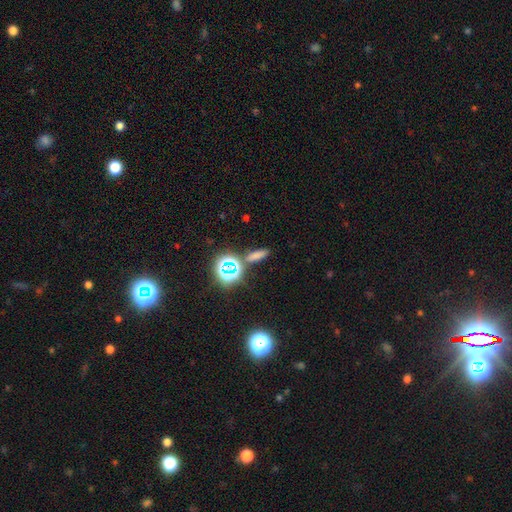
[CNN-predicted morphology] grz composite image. It shows a smooth galaxy with no disk features (64%) that is cigar-shaped (53%). Merging: none (80%).